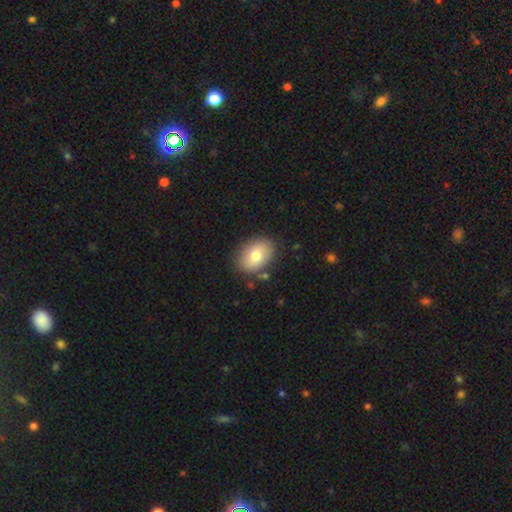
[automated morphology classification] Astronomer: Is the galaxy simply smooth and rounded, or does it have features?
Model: smooth — 75%.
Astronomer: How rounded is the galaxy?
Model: in between — 78%.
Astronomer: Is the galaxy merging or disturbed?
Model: none — 82%.